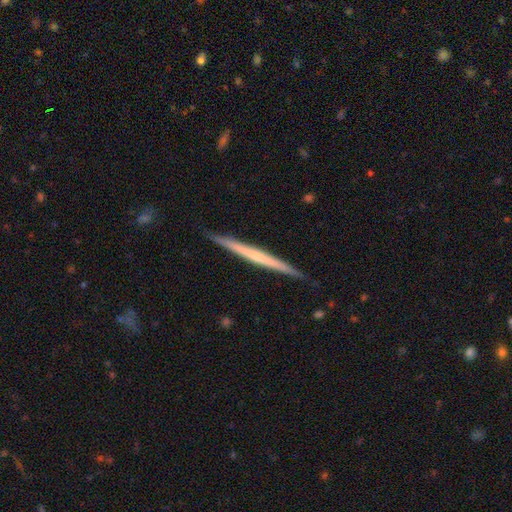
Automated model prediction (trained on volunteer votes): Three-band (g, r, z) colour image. It shows a featured or disk galaxy (62%) viewed edge-on (98%) with no central bulge (74%). Merging: none (91%).